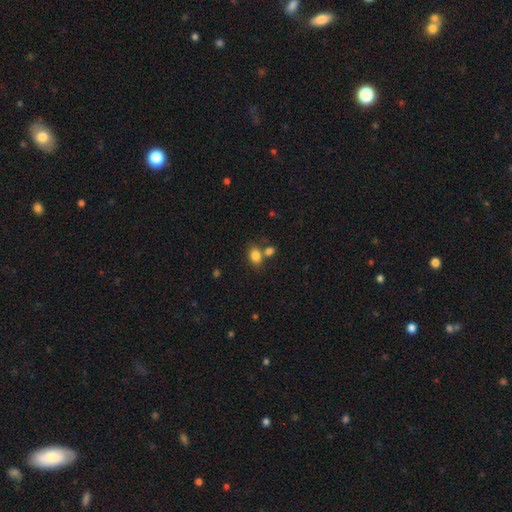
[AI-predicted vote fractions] Smooth or featured: smooth — 82% (star or artifact — 10%)
How rounded: in between — 67% (round — 32%)
Merging: none — 57% (merger — 26%)